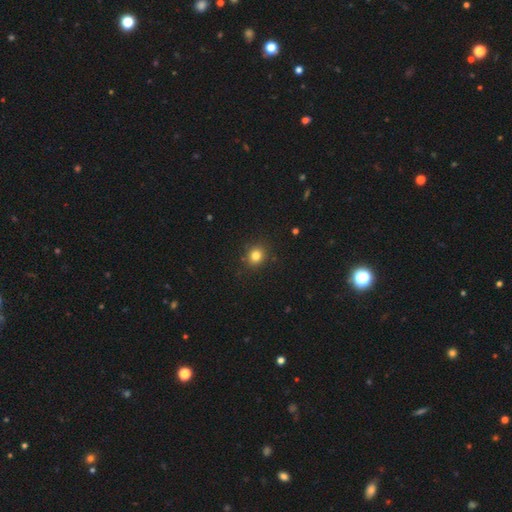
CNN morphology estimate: type=smooth (82%); roundness=round (79%); merging=none (87%).